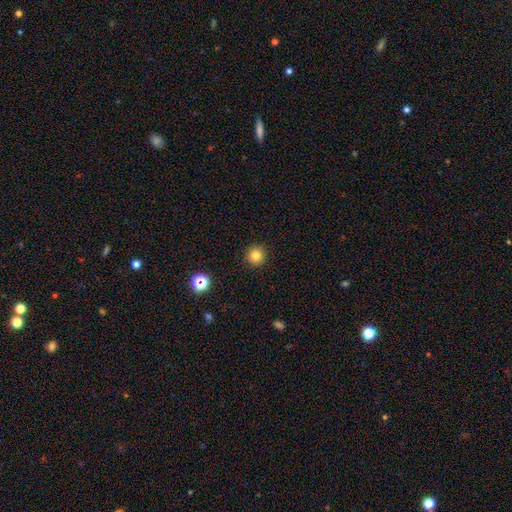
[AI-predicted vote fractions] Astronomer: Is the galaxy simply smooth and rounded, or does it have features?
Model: smooth — 81%.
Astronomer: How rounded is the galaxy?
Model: round — 96%.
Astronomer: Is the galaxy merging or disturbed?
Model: none — 92%.